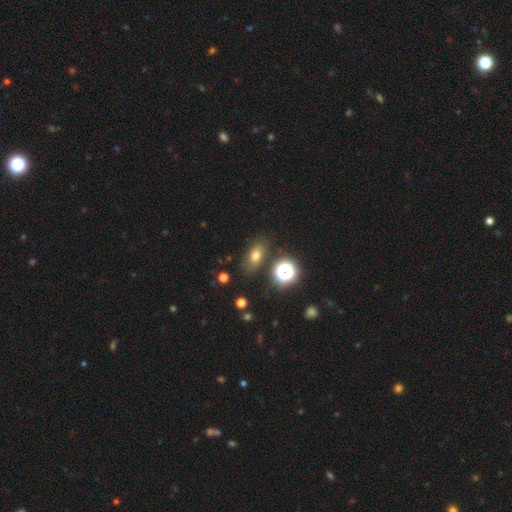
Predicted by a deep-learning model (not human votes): smooth 66%, star or artifact 19%, featured or disk 14%. Down the decision tree: how rounded — in between (75%); merging — none (80%).